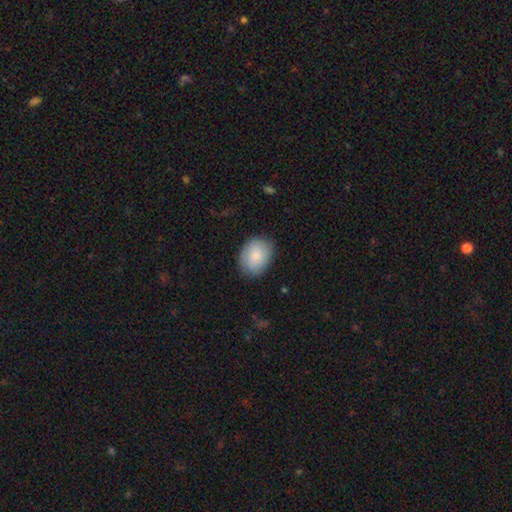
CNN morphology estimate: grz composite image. It shows a smooth galaxy with no disk features (81%) that is in between round and cigar-shaped (67%). Merging: none (80%).